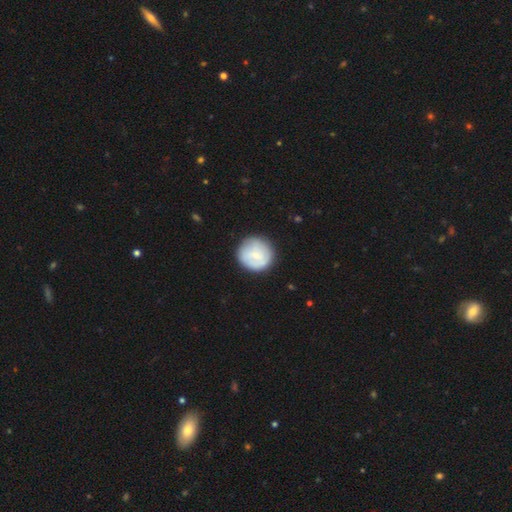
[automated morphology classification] Smooth or featured: smooth — 66% (featured or disk — 28%)
How rounded: round — 94% (in between — 5%)
Merging: none — 81% (minor disturbance — 13%)